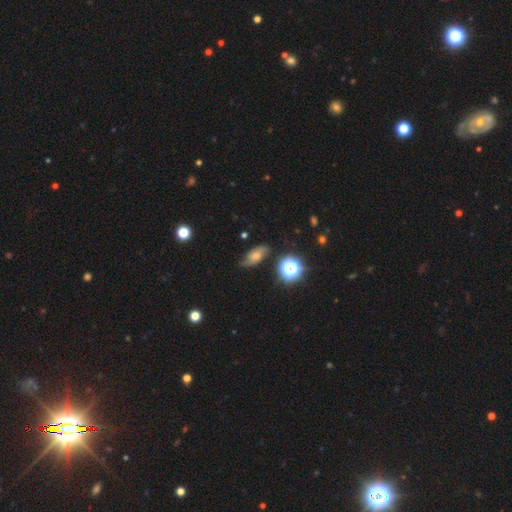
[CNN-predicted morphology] This is marginally a smooth galaxy (43%). Merging: likely none (75%).